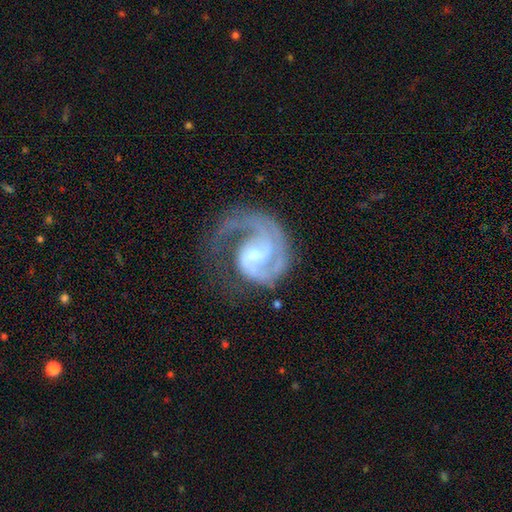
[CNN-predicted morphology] Smooth or featured: featured or disk — 90% (smooth — 6%)
Edge-on disk: no — 98% (yes — 2%)
Bar: weak — 53% (no — 32%)
Spiral arms: yes — 97% (no — 3%)
Spiral winding: medium — 48% (tight — 35%)
Spiral arm count: 1 — 50% (2 — 35%)
Bulge size: small — 53% (moderate — 36%)
Merging: none — 48% (major disturbance — 32%)